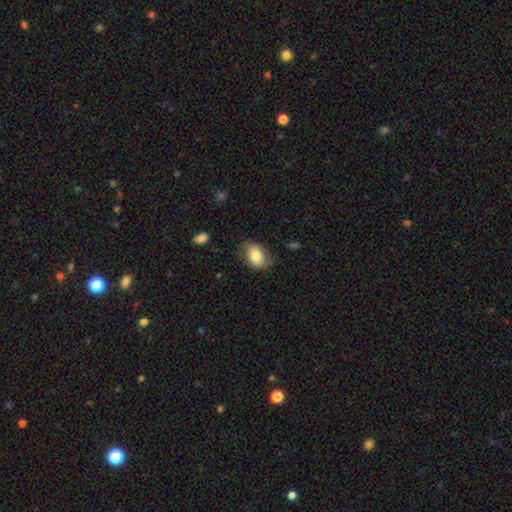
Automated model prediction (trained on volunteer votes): Smooth or featured? smooth (74%)
How rounded? in between (86%)
Merging? none (68%)